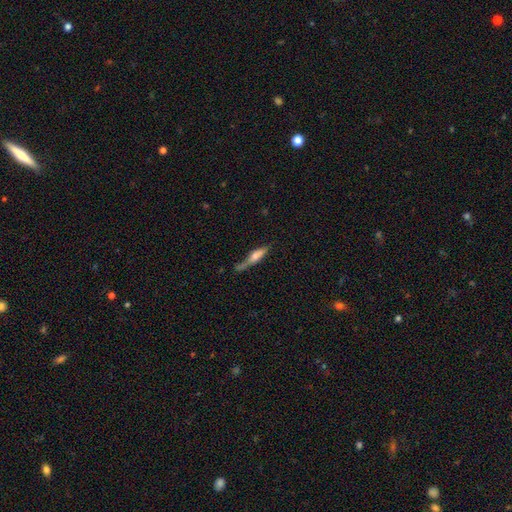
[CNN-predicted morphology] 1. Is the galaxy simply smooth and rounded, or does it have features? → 52% smooth, 41% featured or disk, 7% star or artifact.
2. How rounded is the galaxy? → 74% cigar-shaped, 24% in between, 3% round.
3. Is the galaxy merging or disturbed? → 48% none, 27% minor disturbance, 14% major disturbance, 12% merger.